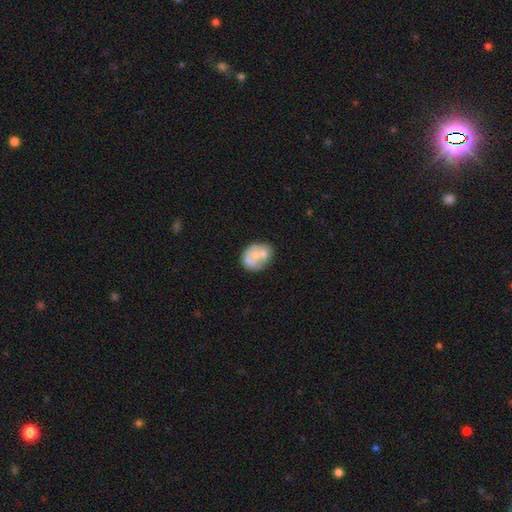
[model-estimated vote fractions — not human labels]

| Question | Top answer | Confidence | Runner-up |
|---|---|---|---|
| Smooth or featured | smooth | 52% | featured or disk (41%) |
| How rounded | in between | 54% | round (45%) |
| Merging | none | 41% | merger (29%) |